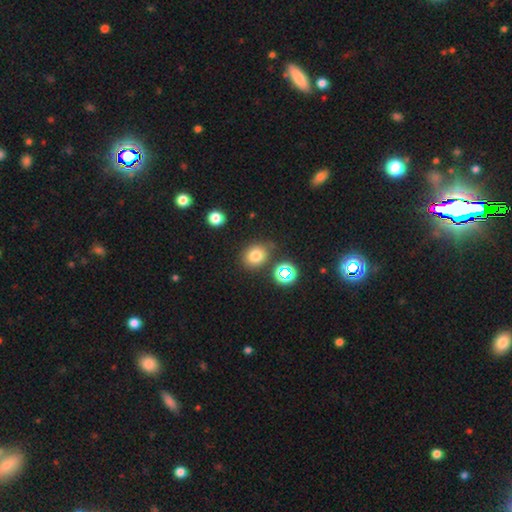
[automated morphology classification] A smooth galaxy with no disk features (77%) that is round (62%).

Vote fractions:
- Smooth or featured? smooth: 77% / star or artifact: 16% / featured or disk: 8%
- How rounded? round: 62% / in between: 37% / cigar-shaped: 1%
- Merging? none: 76% / minor disturbance: 13% / merger: 7% / major disturbance: 4%